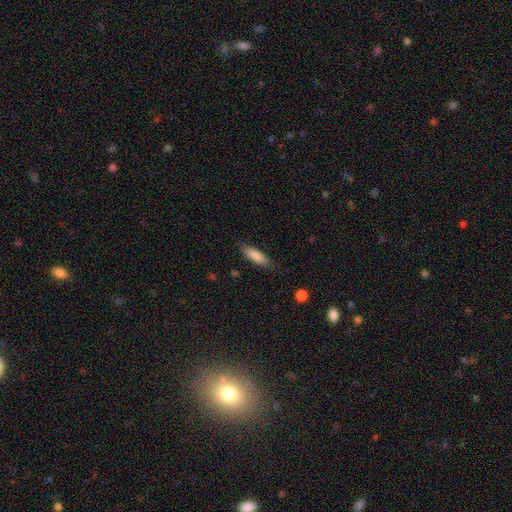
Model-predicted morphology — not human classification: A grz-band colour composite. It shows a smooth galaxy with no disk features (84%) that is cigar-shaped (56%). Merging: none (83%).